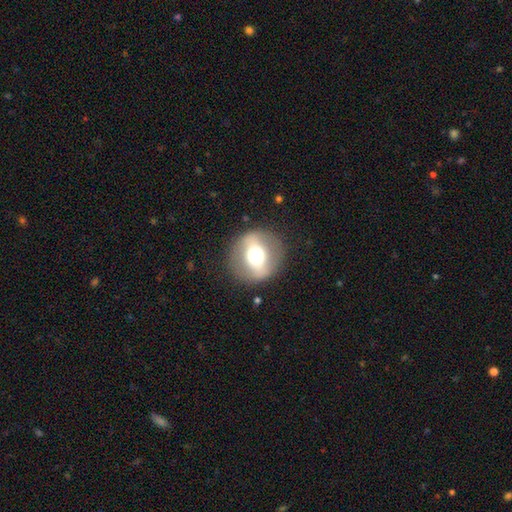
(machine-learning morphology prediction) This appears to be a featured or disk galaxy (46%). Merging: none (84%).